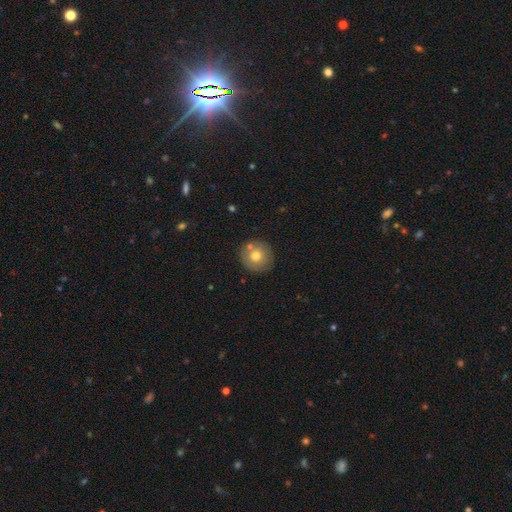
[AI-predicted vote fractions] This appears to be a smooth galaxy with no disk features (70%) that is round (94%). Merging: none (78%).